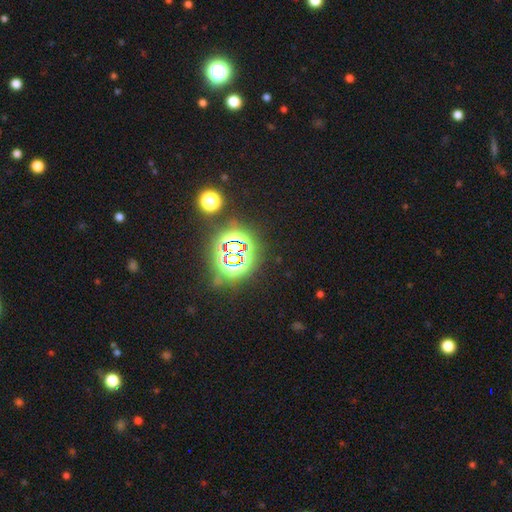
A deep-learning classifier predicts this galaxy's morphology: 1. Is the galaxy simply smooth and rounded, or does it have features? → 81% star or artifact, 12% smooth, 7% featured or disk.